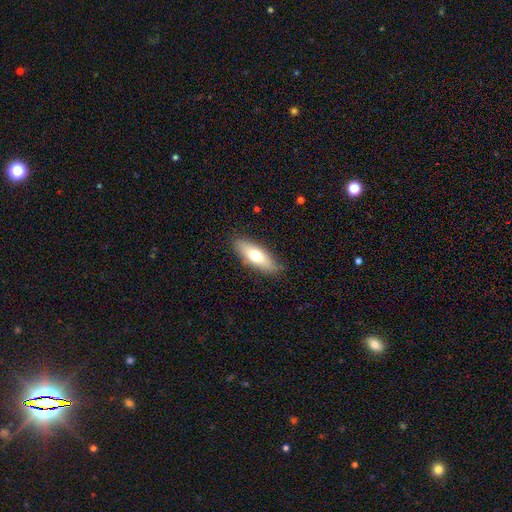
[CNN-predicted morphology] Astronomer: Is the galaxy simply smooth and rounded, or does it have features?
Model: smooth — 66%.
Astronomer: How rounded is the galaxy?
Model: in between — 55% (runner-up: cigar-shaped, 43%).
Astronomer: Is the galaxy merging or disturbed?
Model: none — 85%.